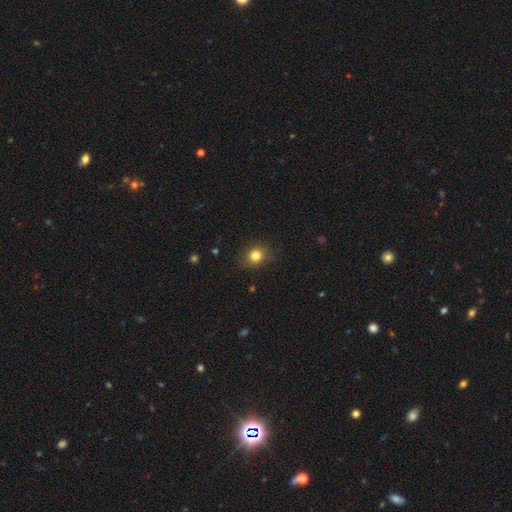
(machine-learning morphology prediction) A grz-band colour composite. It shows a smooth galaxy with no disk features (82%) that is round (71%). Merging: none (84%).